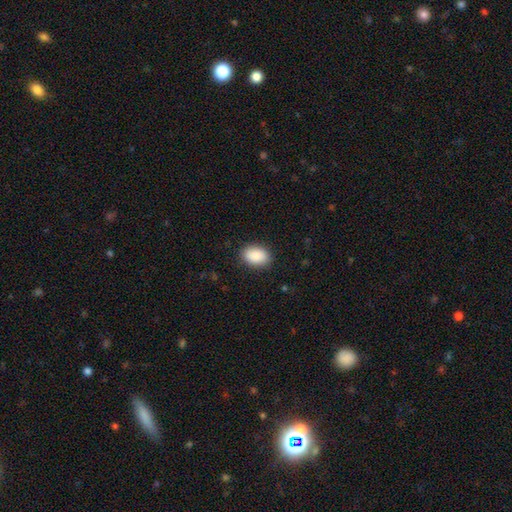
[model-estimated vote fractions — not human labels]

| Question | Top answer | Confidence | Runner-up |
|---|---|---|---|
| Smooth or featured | smooth | 90% | star or artifact (6%) |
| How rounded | in between | 85% | round (14%) |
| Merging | none | 88% | minor disturbance (9%) |